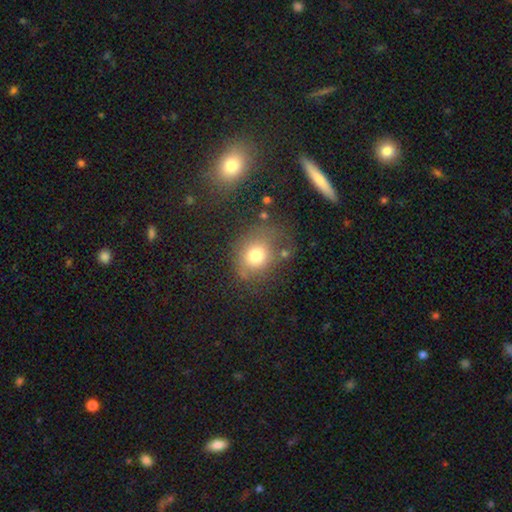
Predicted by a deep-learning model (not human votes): The model was most divided on "how rounded": round: 61%, in between: 38%, cigar-shaped: 1%. More confident: smooth or featured — smooth (74%); merging — none (57%).